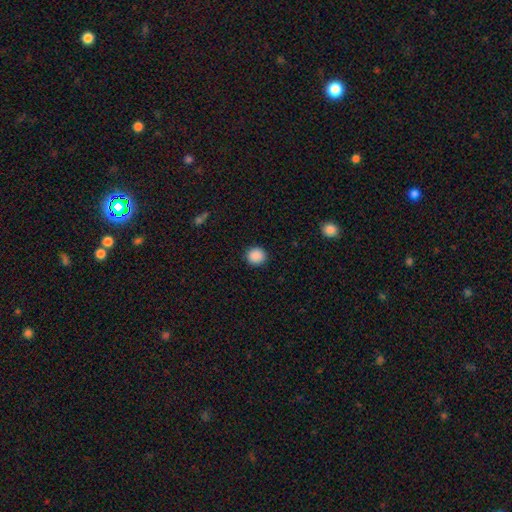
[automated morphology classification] Smooth or featured? Predicted: smooth (p=0.89). How rounded? Predicted: round (p=0.92). Merging? Predicted: none (p=0.92).